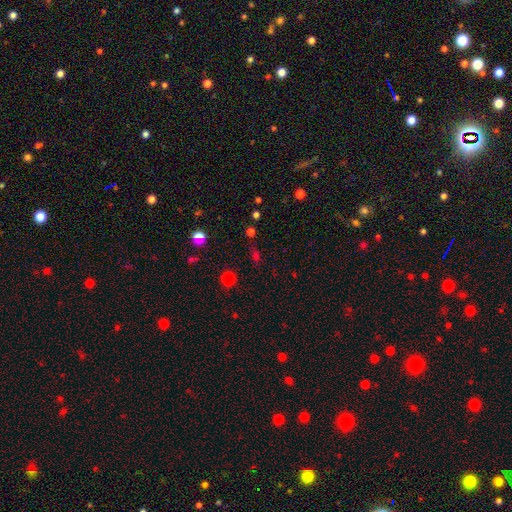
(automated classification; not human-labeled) Smooth or featured? Predicted: smooth (p=0.48). Merging? Predicted: none (p=0.79).